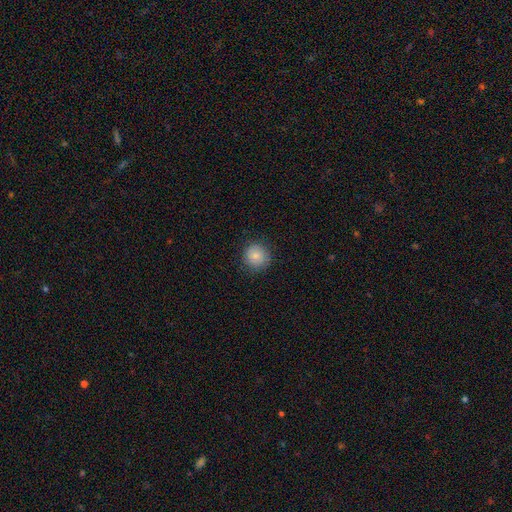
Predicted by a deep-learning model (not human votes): This is clearly a smooth galaxy (82%). How rounded: clearly round (93%). Merging: clearly none (87%).